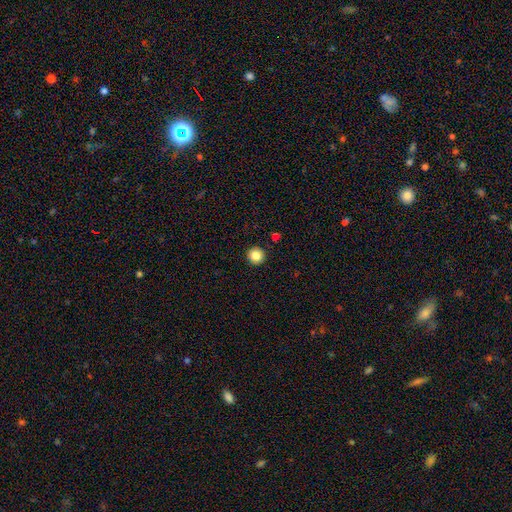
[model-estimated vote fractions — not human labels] This appears to be a smooth galaxy with no disk features (85%) that is round (96%). Merging: none (93%).